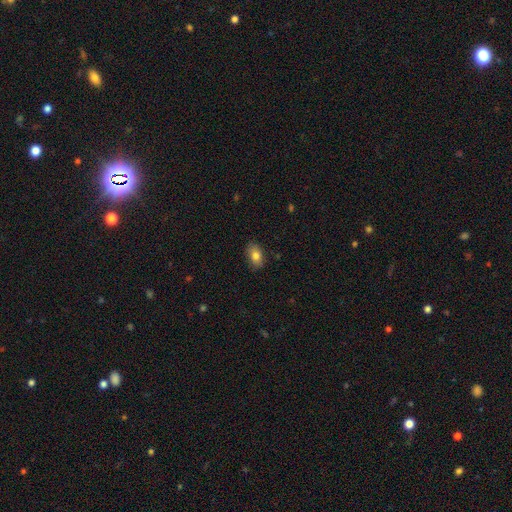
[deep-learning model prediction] Morphology: type=smooth (80%); roundness=in between (87%); merging=none (83%).